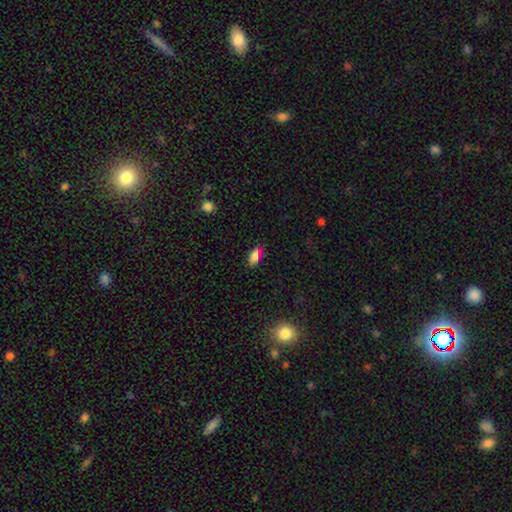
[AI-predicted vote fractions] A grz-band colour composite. It shows a smooth galaxy with no disk features (82%) that is in between round and cigar-shaped (90%). Merging: none (82%).